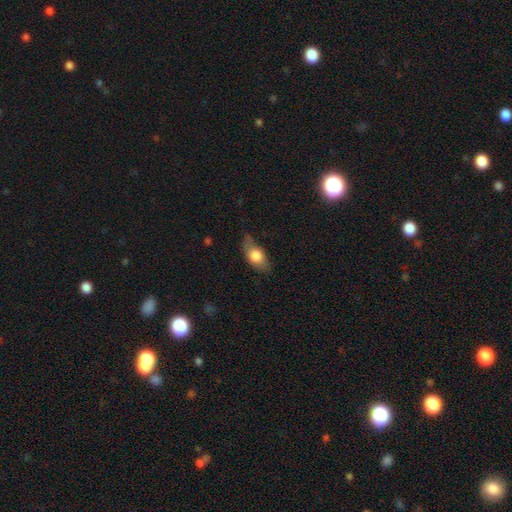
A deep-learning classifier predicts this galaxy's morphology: The model was most divided on "merging": none: 64%, minor disturbance: 27%, major disturbance: 8%, merger: 2%. More confident: how rounded — in between (83%); smooth or featured — smooth (71%).